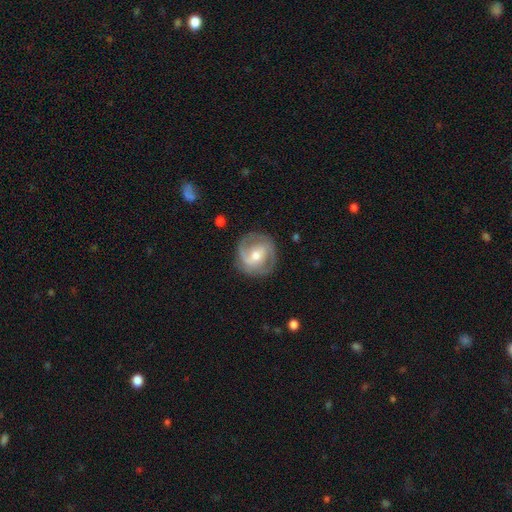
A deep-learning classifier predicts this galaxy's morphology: Smooth or featured?
  - featured or disk: 78% *
  - smooth: 17%
  - star or artifact: 5%
Edge-on disk?
  - no: 97% *
  - yes: 3%
Bar?
  - weak: 47% *
  - no: 33%
  - strong: 20%
Spiral arms?
  - yes: 90% *
  - no: 10%
Spiral winding?
  - medium: 45% *
  - tight: 39%
  - loose: 16%
Spiral arm count?
  - 2: 68% *
  - can't tell: 12%
  - 3: 11%
  - 1: 5%
  - 4: 2%
  - more than 4: 2%
Bulge size?
  - moderate: 64% *
  - small: 29%
  - large: 5%
  - none: 1%
  - dominant: 1%
Merging?
  - none: 80% *
  - minor disturbance: 13%
  - major disturbance: 6%
  - merger: 1%